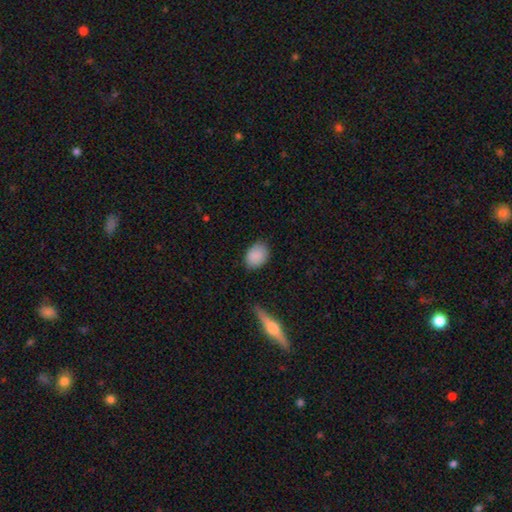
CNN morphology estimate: A smooth galaxy with no disk features (88%) that is in between round and cigar-shaped (71%). Merging: none (77%).